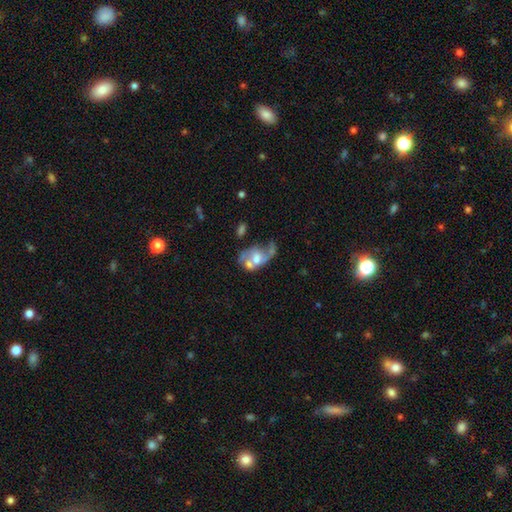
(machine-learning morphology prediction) smooth_or_featured: featured or disk (p=0.67) [alt: smooth p=0.22]
disk_edge_on: no (p=0.96) [alt: yes p=0.04]
bar: no (p=0.72) [alt: weak p=0.23]
has_spiral_arms: yes (p=0.62) [alt: no p=0.38]
bulge_size: moderate (p=0.57) [alt: small p=0.26]
merging: merger (p=0.38) [alt: none p=0.24]